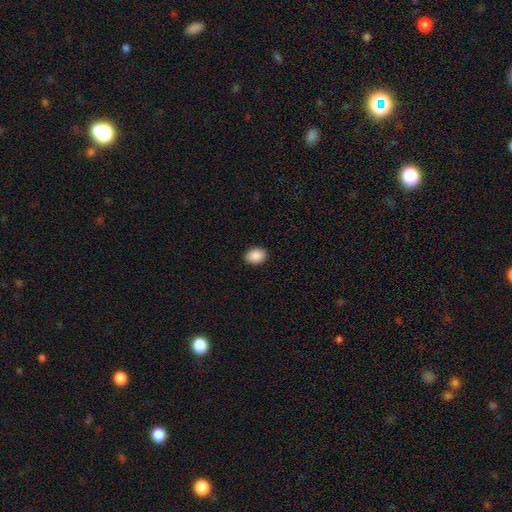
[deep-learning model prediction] A smooth galaxy with no disk features (90%) that is in between round and cigar-shaped (72%). Merging: none (91%).